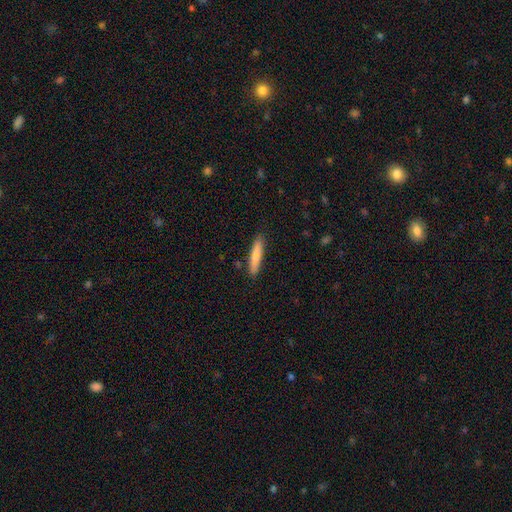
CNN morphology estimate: Smooth or featured? smooth (82%)
How rounded? cigar-shaped (89%)
Merging? none (87%)